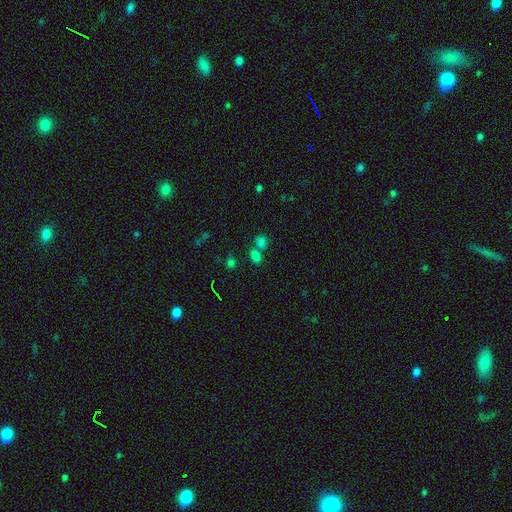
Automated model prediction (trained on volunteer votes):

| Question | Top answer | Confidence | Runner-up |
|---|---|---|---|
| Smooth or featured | smooth | 70% | star or artifact (23%) |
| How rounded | in between | 61% | round (37%) |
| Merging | none | 53% | merger (33%) |